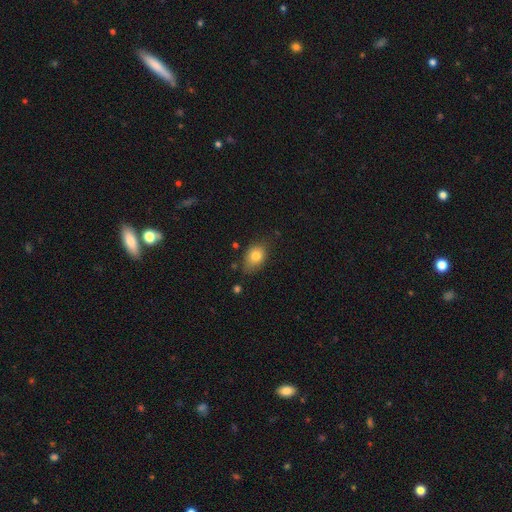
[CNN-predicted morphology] smooth-or-featured: smooth: 79% | featured or disk: 12% | star or artifact: 9%
  how-rounded: in between: 76% | round: 22% | cigar-shaped: 2%
  merging: none: 66% | minor disturbance: 26% | major disturbance: 5% | merger: 3%